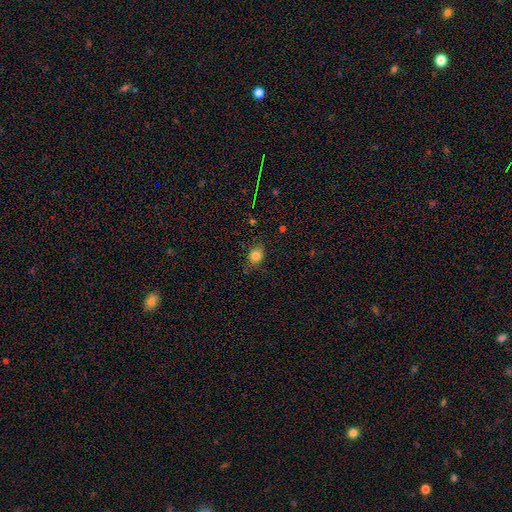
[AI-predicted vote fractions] Smooth or featured: smooth — 82% (star or artifact — 11%)
How rounded: round — 54% (in between — 45%)
Merging: none — 75% (minor disturbance — 19%)